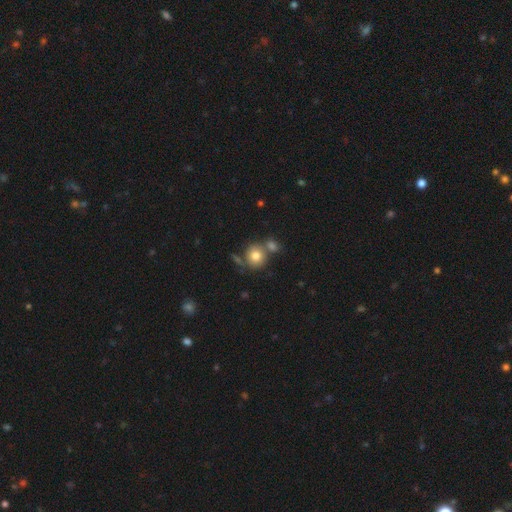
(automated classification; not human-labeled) Smooth or featured? smooth (78%)
How rounded? round (86%)
Merging? none (60%)